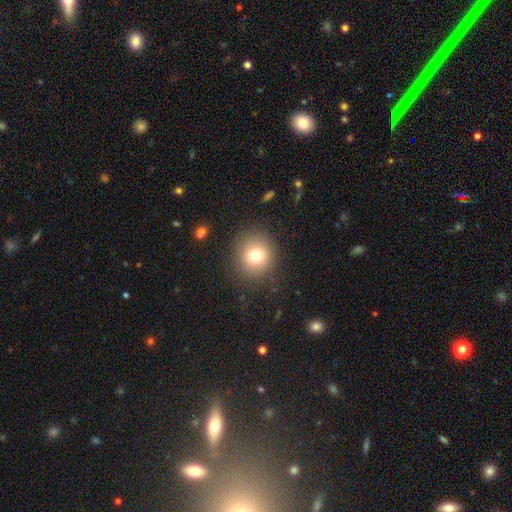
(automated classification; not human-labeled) A smooth galaxy with no disk features (76%) that is round (90%). Merging: none (86%).